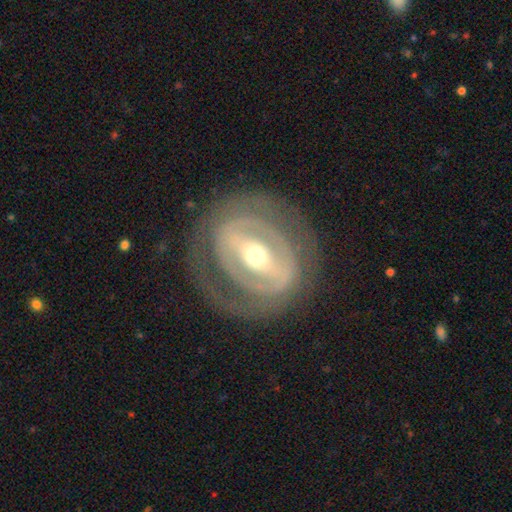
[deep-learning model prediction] Smooth or featured? Predicted: featured or disk (p=0.80). Edge-on disk? Predicted: no (p=0.93). Bar? Predicted: strong (p=0.62). Spiral arms? Predicted: no (p=0.54). Bulge size? Predicted: moderate (p=0.64). Merging? Predicted: none (p=0.76).